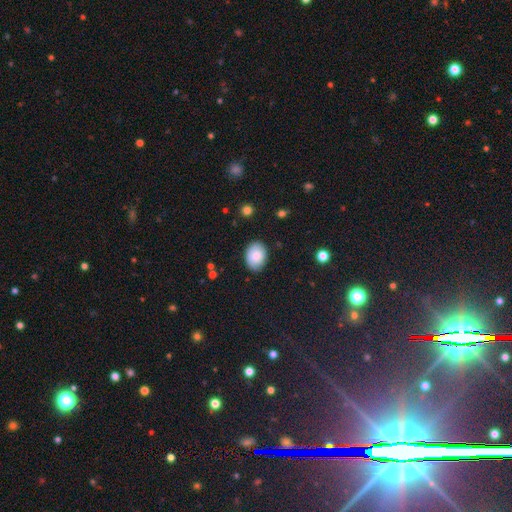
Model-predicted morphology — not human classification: smooth 83%, featured or disk 10%, star or artifact 7%. Down the decision tree: how rounded — in between (75%); merging — none (82%).